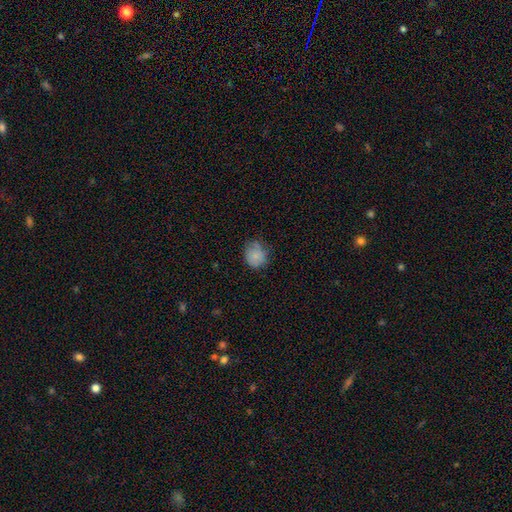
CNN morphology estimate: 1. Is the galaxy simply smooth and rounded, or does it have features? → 78% smooth, 12% featured or disk, 10% star or artifact.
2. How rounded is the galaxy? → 68% round, 31% in between, 1% cigar-shaped.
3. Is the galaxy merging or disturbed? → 60% none, 29% minor disturbance, 9% major disturbance, 2% merger.